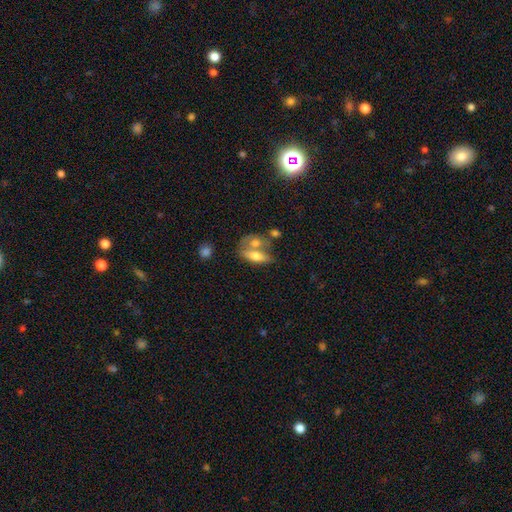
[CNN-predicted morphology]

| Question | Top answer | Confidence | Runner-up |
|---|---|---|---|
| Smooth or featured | smooth | 63% | featured or disk (29%) |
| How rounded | in between | 74% | cigar-shaped (20%) |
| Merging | merger | 51% | none (30%) |